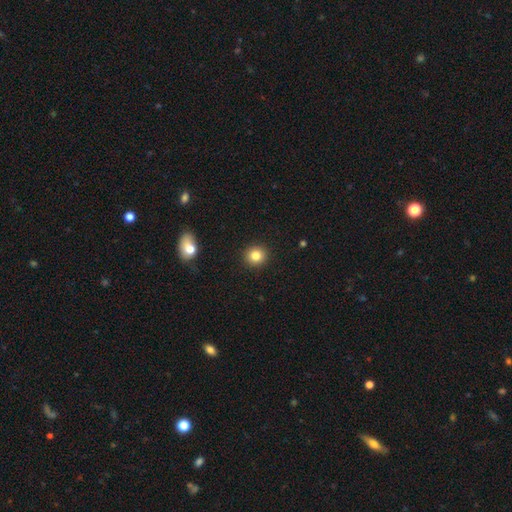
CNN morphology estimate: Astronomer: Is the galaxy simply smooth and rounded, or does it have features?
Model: smooth — 83%.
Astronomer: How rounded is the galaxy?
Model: round — 91%.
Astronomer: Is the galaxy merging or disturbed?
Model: none — 92%.